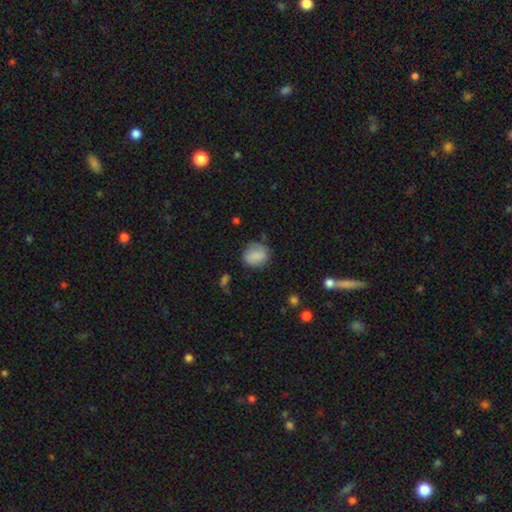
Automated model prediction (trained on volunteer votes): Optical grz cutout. It shows a smooth galaxy with no disk features (80%) that is round (68%). Merging: none (71%).